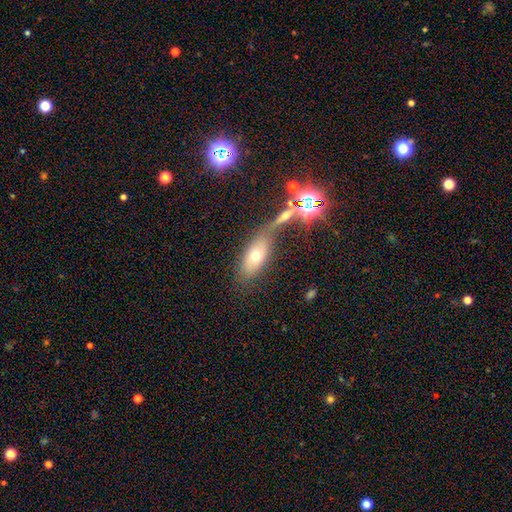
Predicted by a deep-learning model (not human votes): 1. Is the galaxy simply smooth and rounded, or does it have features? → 63% smooth, 24% featured or disk, 13% star or artifact.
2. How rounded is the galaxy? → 80% in between, 12% cigar-shaped, 8% round.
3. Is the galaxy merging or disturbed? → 54% none, 23% merger, 14% minor disturbance, 8% major disturbance.